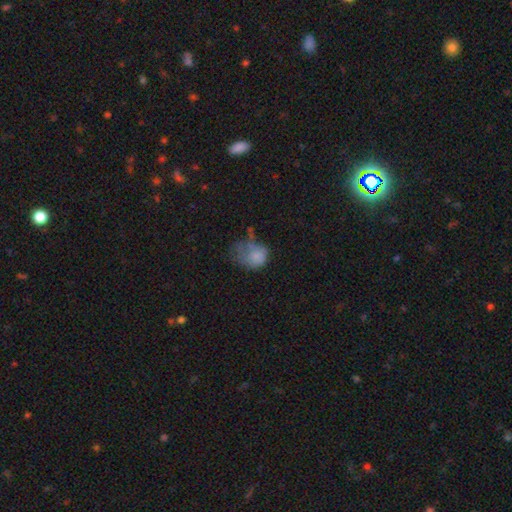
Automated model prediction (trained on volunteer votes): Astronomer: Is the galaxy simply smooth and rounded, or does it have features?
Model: smooth — 71%.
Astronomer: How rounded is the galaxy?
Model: in between — 53% (runner-up: round, 46%).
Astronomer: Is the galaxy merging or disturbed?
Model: major disturbance — 45% (runner-up: minor disturbance, 26%).